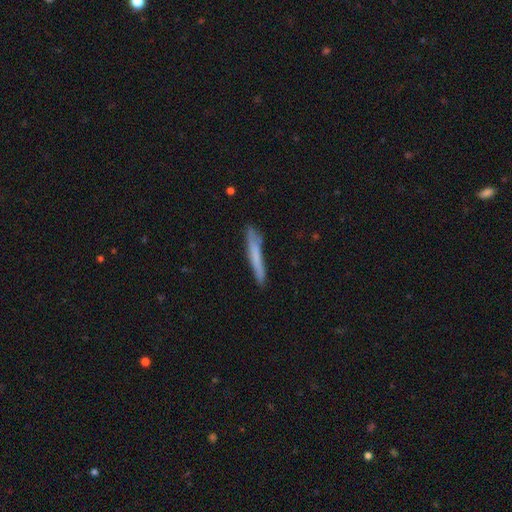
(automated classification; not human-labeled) A smooth galaxy with no disk features (63%) that is cigar-shaped (96%).

Vote fractions:
- Smooth or featured? smooth: 63% / featured or disk: 31% / star or artifact: 6%
- How rounded? cigar-shaped: 96% / in between: 2% / round: 1%
- Merging? none: 84% / minor disturbance: 12% / major disturbance: 2% / merger: 2%